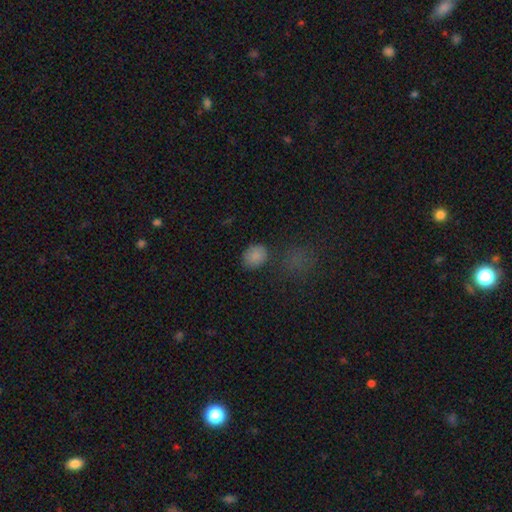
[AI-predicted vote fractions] The model was most divided on "how rounded": in between: 59%, round: 40%, cigar-shaped: 1%. More confident: smooth or featured — smooth (84%); merging — none (76%).